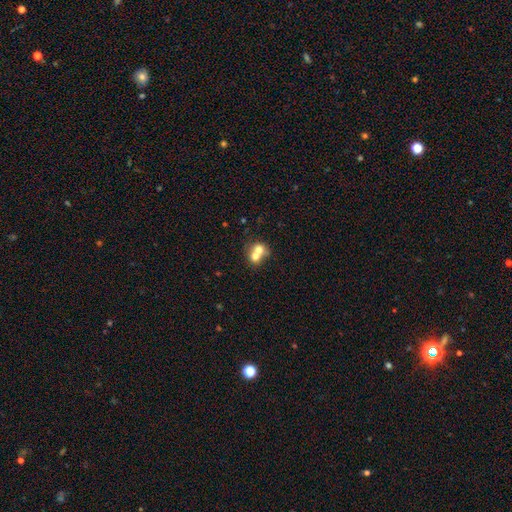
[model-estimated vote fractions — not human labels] A smooth galaxy with no disk features (66%) that is round (72%). Merging: merger (69%).